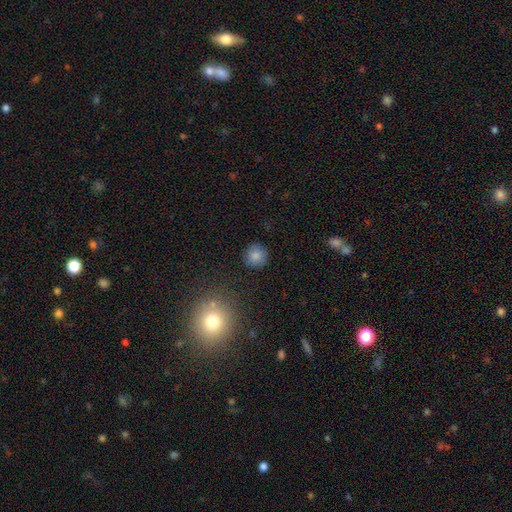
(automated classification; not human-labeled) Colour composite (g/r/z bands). It shows a smooth galaxy with no disk features (83%) that is round (93%). Merging: none (88%).